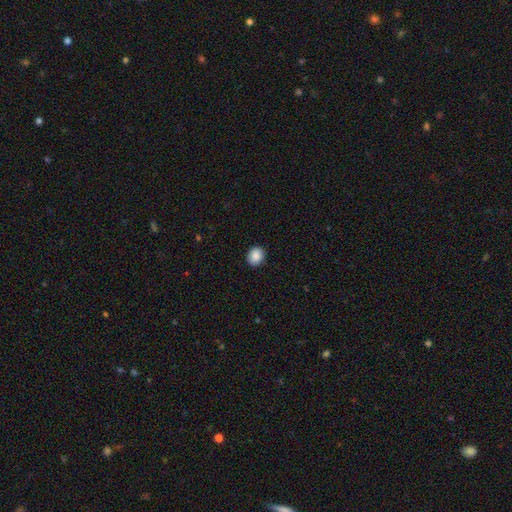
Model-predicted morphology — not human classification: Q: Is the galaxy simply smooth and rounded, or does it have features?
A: smooth — 89%.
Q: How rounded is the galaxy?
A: round — 67%.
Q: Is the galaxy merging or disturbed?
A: none — 91%.